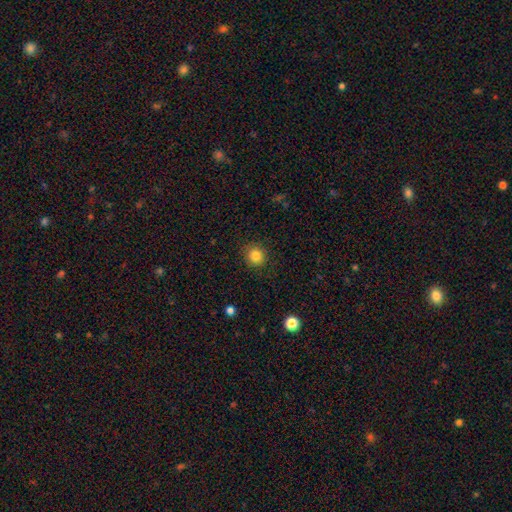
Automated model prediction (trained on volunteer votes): smooth-or-featured: smooth: 84% | star or artifact: 11% | featured or disk: 5%
  how-rounded: round: 87% | in between: 12% | cigar-shaped: 1%
  merging: none: 89% | minor disturbance: 8% | major disturbance: 2% | merger: 1%